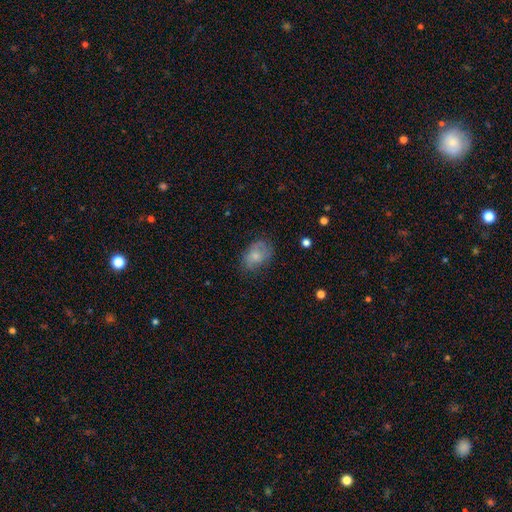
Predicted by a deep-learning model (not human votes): A smooth galaxy with no disk features (66%) that is in between round and cigar-shaped (82%). Merging: none (66%).